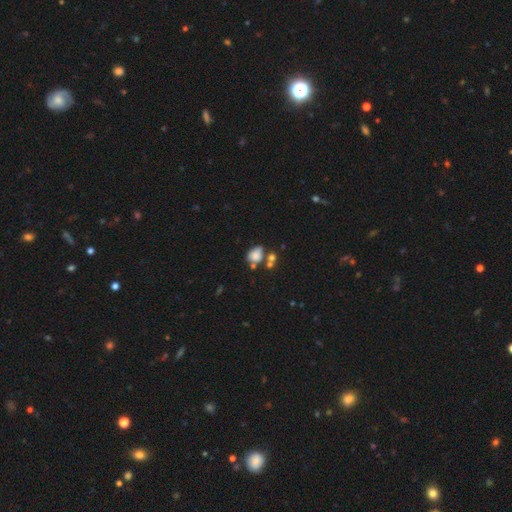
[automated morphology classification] Smooth or featured: smooth — 79% (star or artifact — 11%)
How rounded: in between — 64% (round — 35%)
Merging: none — 43% (merger — 29%)